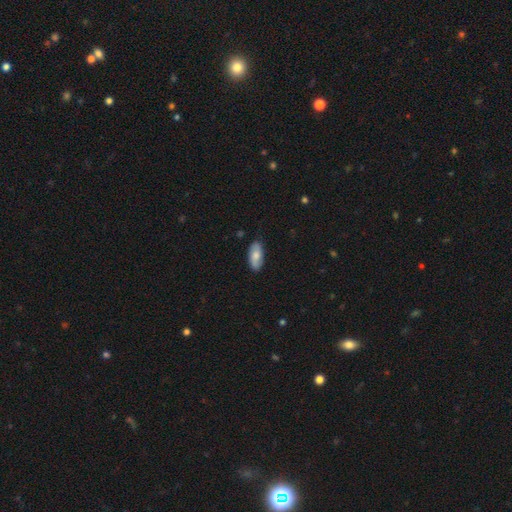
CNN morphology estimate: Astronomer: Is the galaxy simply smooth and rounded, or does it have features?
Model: smooth — 74%.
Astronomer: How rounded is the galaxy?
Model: in between — 90%.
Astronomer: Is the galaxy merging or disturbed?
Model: none — 85%.